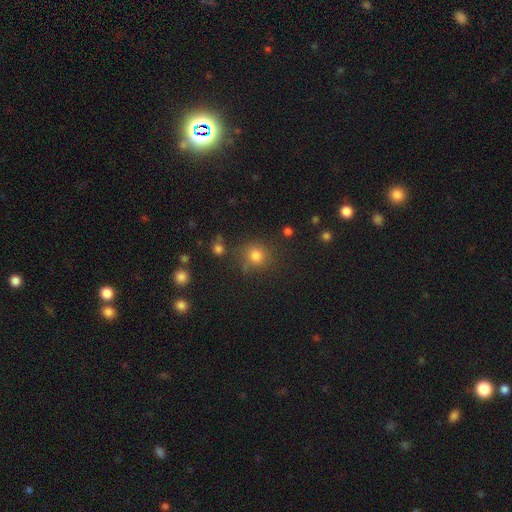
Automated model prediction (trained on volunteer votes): Overall: smooth (78%). How rounded: round (87%). Merging: none (76%).